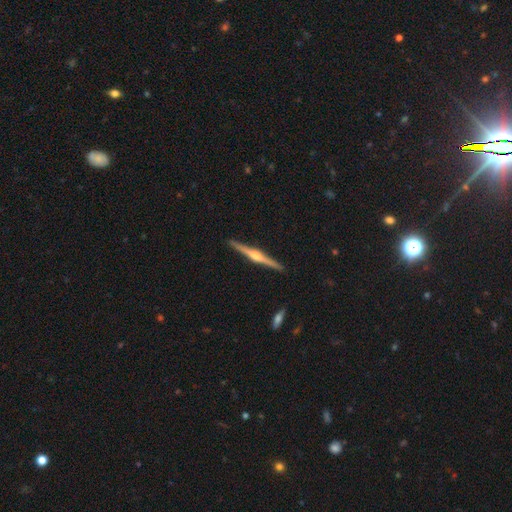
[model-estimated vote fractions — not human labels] Smooth or featured: featured or disk — 82% (smooth — 14%)
Edge-on disk: yes — 99% (no — 1%)
Edge-on bulge: rounded — 87% (boxy — 8%)
Merging: none — 92% (minor disturbance — 6%)